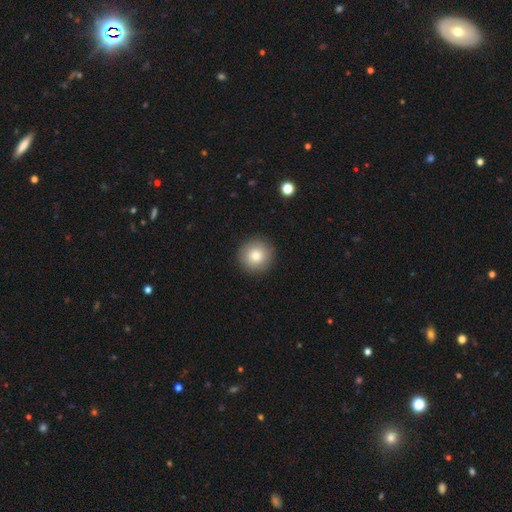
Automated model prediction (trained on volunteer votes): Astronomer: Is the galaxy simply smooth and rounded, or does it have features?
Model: smooth — 81%.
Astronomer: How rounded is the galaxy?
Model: round — 95%.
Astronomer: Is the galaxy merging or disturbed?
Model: none — 92%.